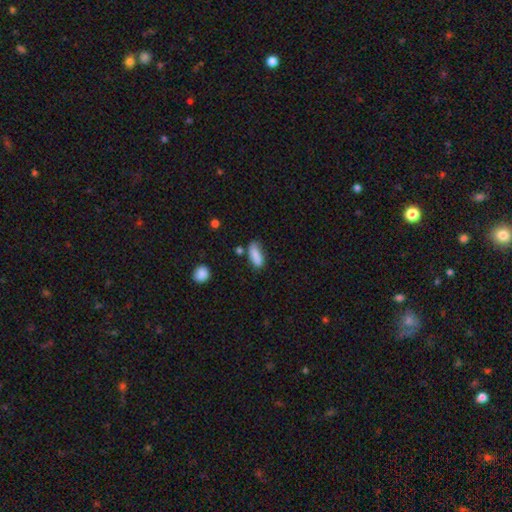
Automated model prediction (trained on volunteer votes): smooth_or_featured: smooth (p=0.85) [alt: star or artifact p=0.08]
how_rounded: in between (p=0.70) [alt: cigar-shaped p=0.28]
merging: none (p=0.63) [alt: minor disturbance p=0.25]